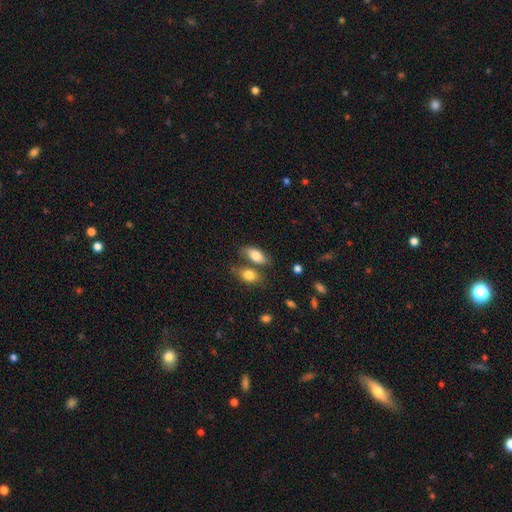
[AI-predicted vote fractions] This appears to be a smooth galaxy with no disk features (78%) that is in between round and cigar-shaped (87%). Merging: none (54%).